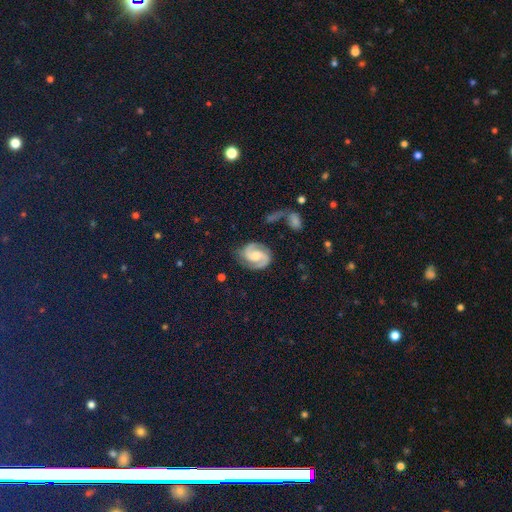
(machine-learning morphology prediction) This is clearly a featured or disk galaxy (88%). It is clearly not viewed edge-on (98%). Bar: possibly no (47%). Spiral arm pattern: clearly yes (98%). Spiral arm count: clearly 2 (93%). Spiral winding: possibly medium (53%). Central bulge: possibly moderate (55%). Merging: likely none (79%).